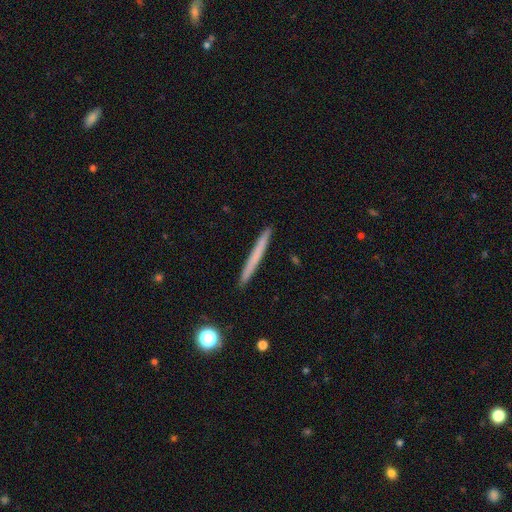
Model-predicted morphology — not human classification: Overall: smooth (62%; featured or disk 31%). How rounded: cigar-shaped (97%). Merging: none (92%).